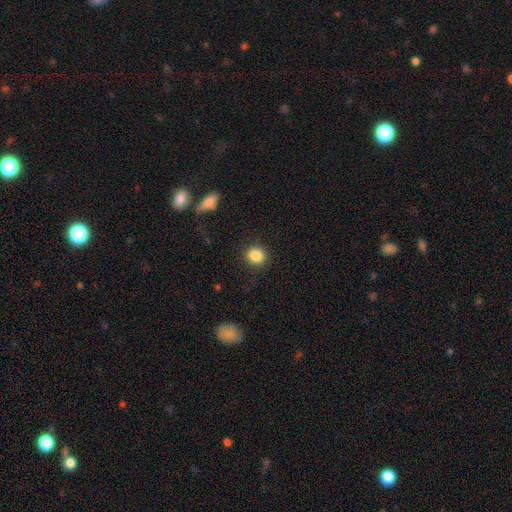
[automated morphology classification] Overall: smooth (86%). How rounded: round (86%). Merging: none (89%).